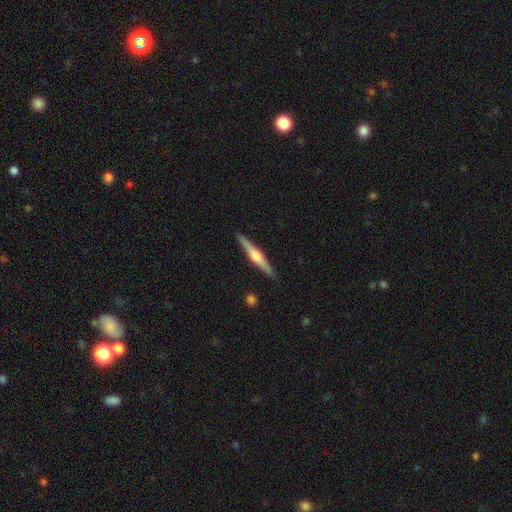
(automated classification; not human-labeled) smooth_or_featured: featured or disk (p=0.71) [alt: smooth p=0.24]
disk_edge_on: yes (p=0.98) [alt: no p=0.02]
edge_on_bulge: rounded (p=0.85) [alt: boxy p=0.10]
merging: none (p=0.91) [alt: minor disturbance p=0.07]